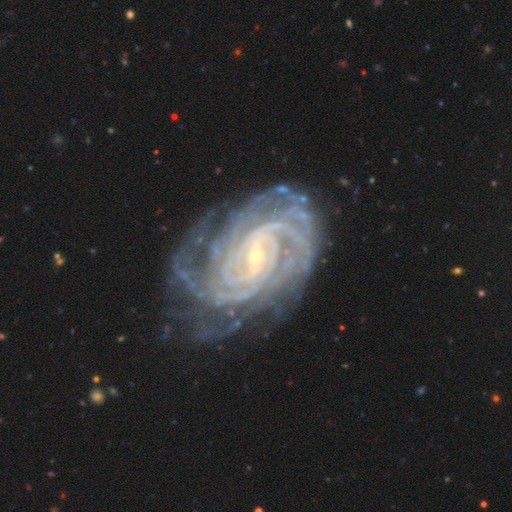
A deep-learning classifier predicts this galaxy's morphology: Q: Smooth or featured?
A: featured or disk (92%); runner-up: star or artifact (5%)
Q: Edge-on disk?
A: no (97%); runner-up: yes (3%)
Q: Bar?
A: weak (44%); runner-up: no (32%)
Q: Spiral arms?
A: yes (98%); runner-up: no (2%)
Q: Spiral winding?
A: tight (79%); runner-up: medium (18%)
Q: Spiral arm count?
A: 4 (23%); runner-up: more than 4 (21%)
Q: Bulge size?
A: small (85%); runner-up: moderate (11%)
Q: Merging?
A: none (74%); runner-up: minor disturbance (18%)